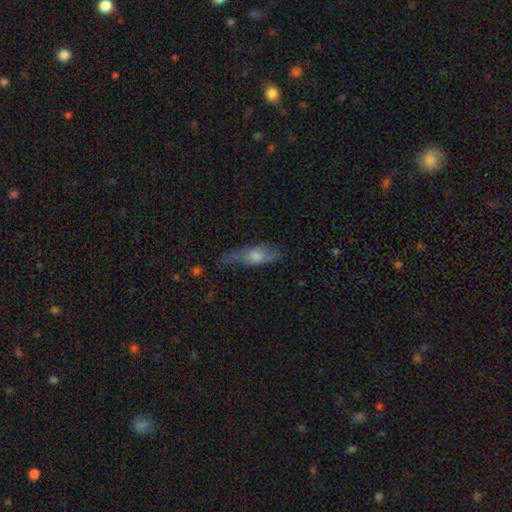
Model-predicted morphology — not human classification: smooth-or-featured: smooth: 47% | featured or disk: 44% | star or artifact: 9%
  merging: none: 52% | minor disturbance: 30% | major disturbance: 16% | merger: 3%